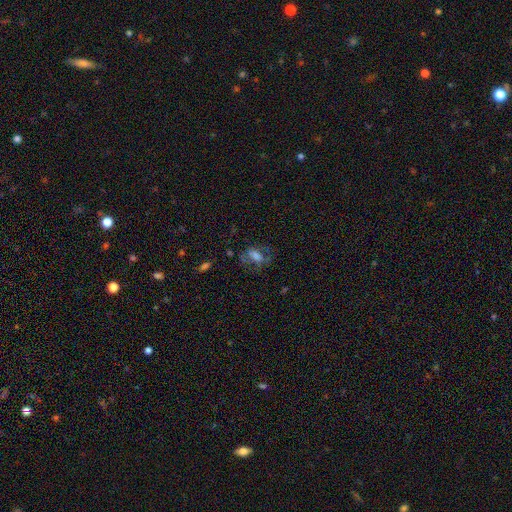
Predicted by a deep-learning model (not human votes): This appears to be a smooth galaxy with no disk features (45%). Merging: none (55%).